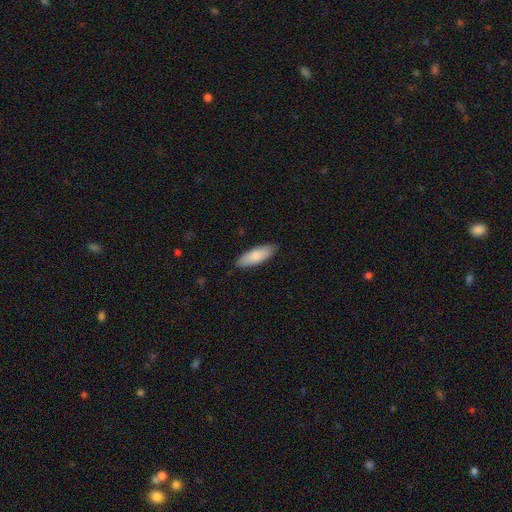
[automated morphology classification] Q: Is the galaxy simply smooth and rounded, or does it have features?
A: smooth — 83%.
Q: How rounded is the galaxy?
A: in between — 66%.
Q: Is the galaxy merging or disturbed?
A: none — 87%.